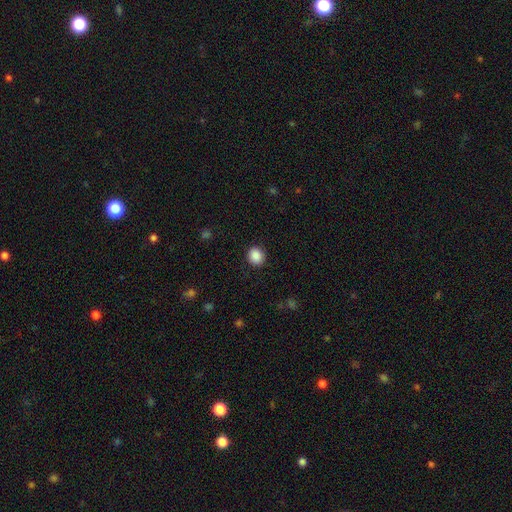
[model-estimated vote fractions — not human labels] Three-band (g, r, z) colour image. It shows a smooth galaxy with no disk features (88%) that is round (77%). Merging: none (90%).